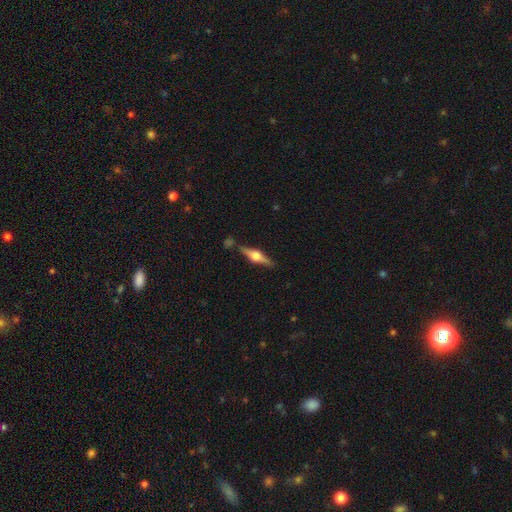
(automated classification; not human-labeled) Smooth or featured?
  - featured or disk: 75% *
  - smooth: 19%
  - star or artifact: 6%
Edge-on disk?
  - yes: 97% *
  - no: 3%
Edge-on bulge?
  - rounded: 92% *
  - boxy: 7%
  - none: 2%
Merging?
  - none: 83% *
  - minor disturbance: 10%
  - merger: 4%
  - major disturbance: 3%